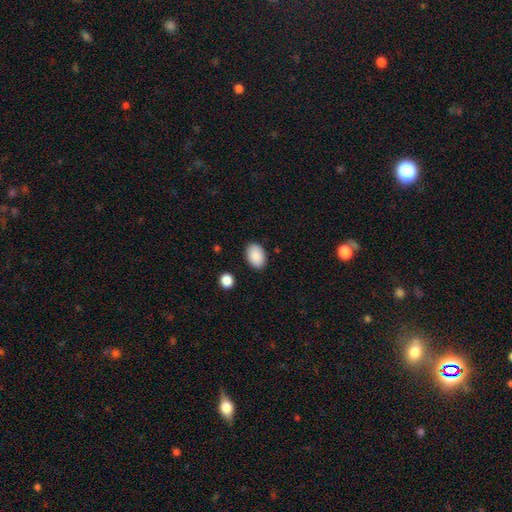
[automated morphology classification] Smooth or featured: smooth — 90% (star or artifact — 6%)
How rounded: in between — 86% (round — 13%)
Merging: none — 87% (minor disturbance — 9%)